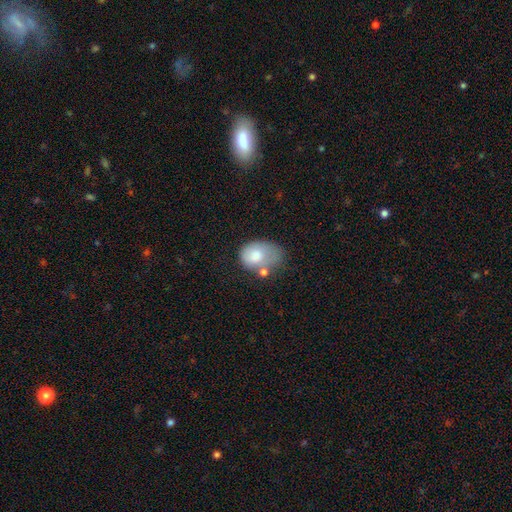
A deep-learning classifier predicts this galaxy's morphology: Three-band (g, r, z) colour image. It shows a smooth galaxy with no disk features (74%) that is in between round and cigar-shaped (74%). Merging: minor disturbance (32%).